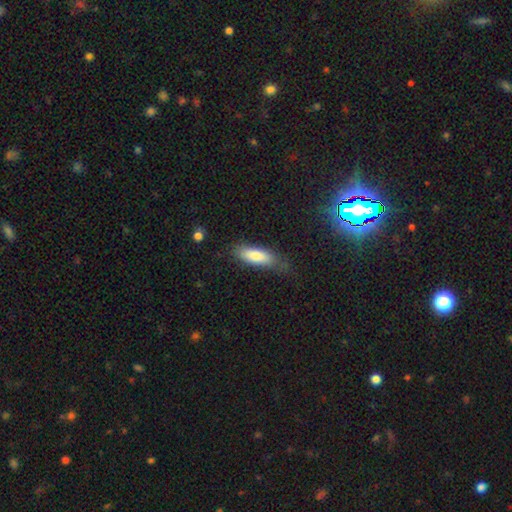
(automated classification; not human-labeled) Smooth or featured?
  - smooth: 79% *
  - featured or disk: 14%
  - star or artifact: 7%
How rounded?
  - in between: 57% *
  - cigar-shaped: 41%
  - round: 2%
Merging?
  - none: 67% *
  - minor disturbance: 23%
  - major disturbance: 7%
  - merger: 2%